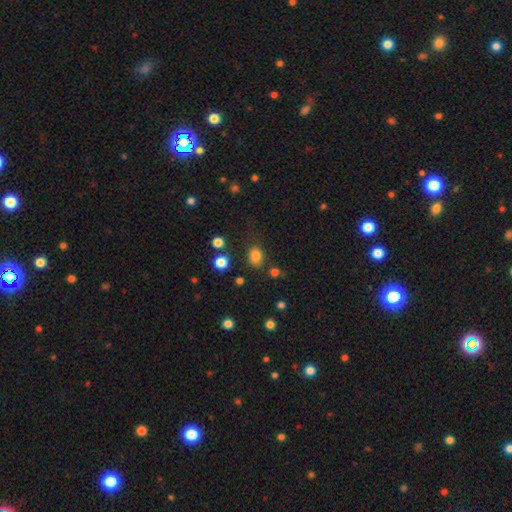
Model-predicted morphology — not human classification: This appears to be a smooth galaxy with no disk features (81%) that is in between round and cigar-shaped (53%). Merging: none (75%).